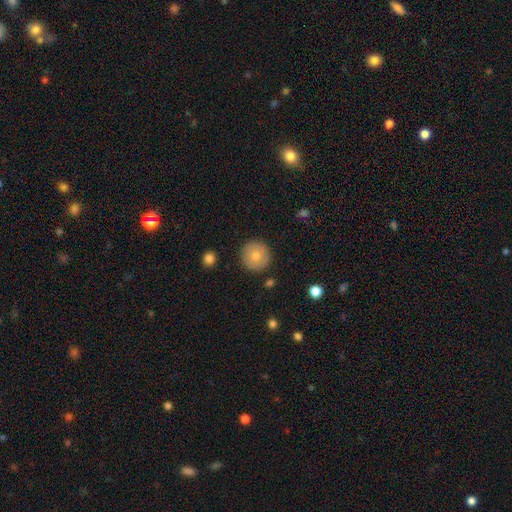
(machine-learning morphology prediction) smooth-or-featured: smooth: 74% | featured or disk: 18% | star or artifact: 7%
  how-rounded: round: 96% | in between: 3% | cigar-shaped: 1%
  merging: none: 90% | minor disturbance: 7% | major disturbance: 2% | merger: 1%